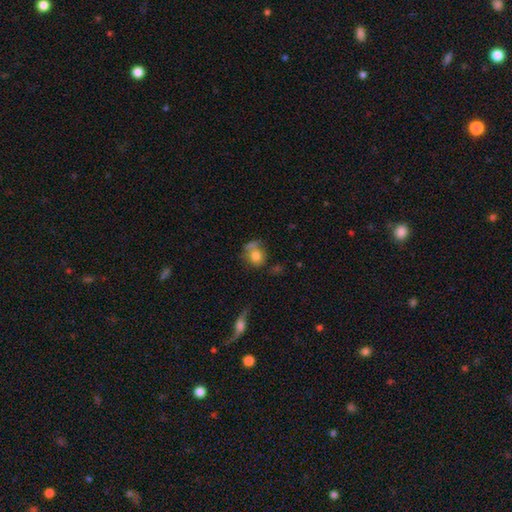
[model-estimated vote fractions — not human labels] The model was most divided on "merging": none: 44%, merger: 23%, minor disturbance: 21%, major disturbance: 12%. More confident: smooth or featured — smooth (74%); how rounded — round (72%).